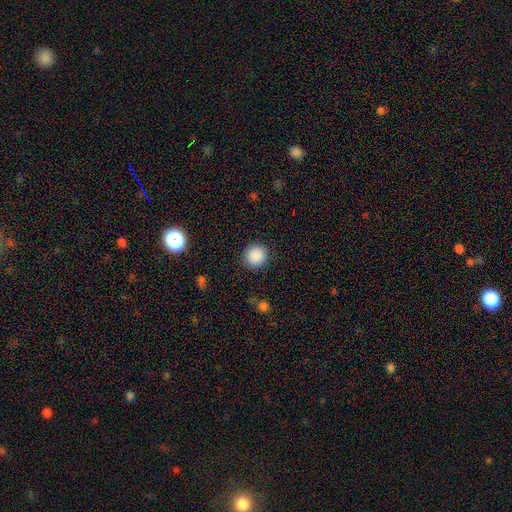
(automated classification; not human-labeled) Smooth or featured? Predicted: smooth (p=0.88). How rounded? Predicted: round (p=0.94). Merging? Predicted: none (p=0.90).